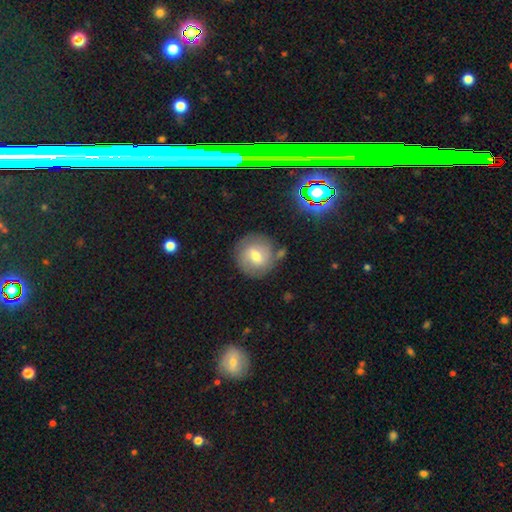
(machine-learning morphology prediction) Smooth or featured?
  - smooth: 53% *
  - featured or disk: 37%
  - star or artifact: 9%
How rounded?
  - round: 91% *
  - in between: 8%
  - cigar-shaped: 1%
Merging?
  - none: 75% *
  - minor disturbance: 14%
  - merger: 6%
  - major disturbance: 5%